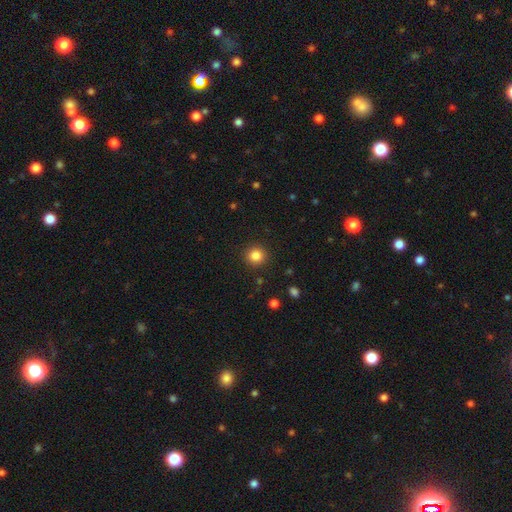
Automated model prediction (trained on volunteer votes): A smooth galaxy with no disk features (84%) that is round (92%).

Vote fractions:
- Smooth or featured? smooth: 84% / star or artifact: 11% / featured or disk: 4%
- How rounded? round: 92% / in between: 7% / cigar-shaped: 1%
- Merging? none: 91% / minor disturbance: 5% / major disturbance: 2% / merger: 1%